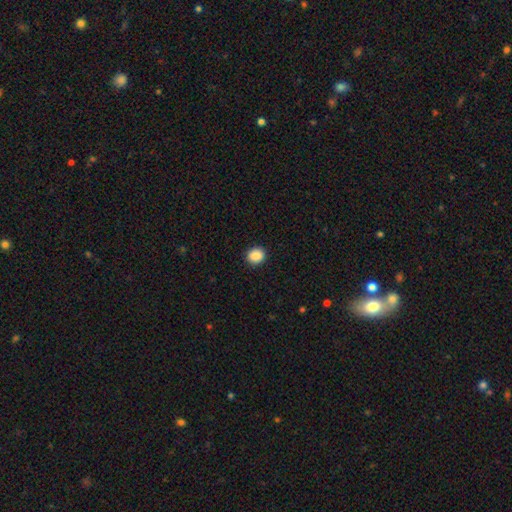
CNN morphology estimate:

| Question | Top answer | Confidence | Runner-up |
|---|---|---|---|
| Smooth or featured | smooth | 89% | star or artifact (8%) |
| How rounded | round | 74% | in between (25%) |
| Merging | none | 91% | minor disturbance (6%) |